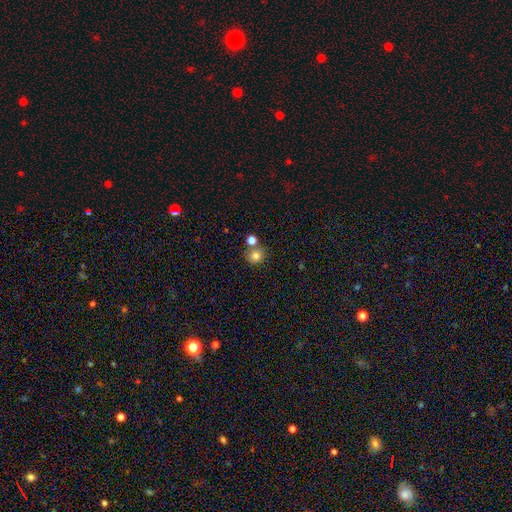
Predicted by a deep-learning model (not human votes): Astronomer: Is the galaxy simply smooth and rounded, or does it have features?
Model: smooth — 80%.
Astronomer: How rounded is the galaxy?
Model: round — 88%.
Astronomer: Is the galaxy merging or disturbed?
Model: none — 68%.